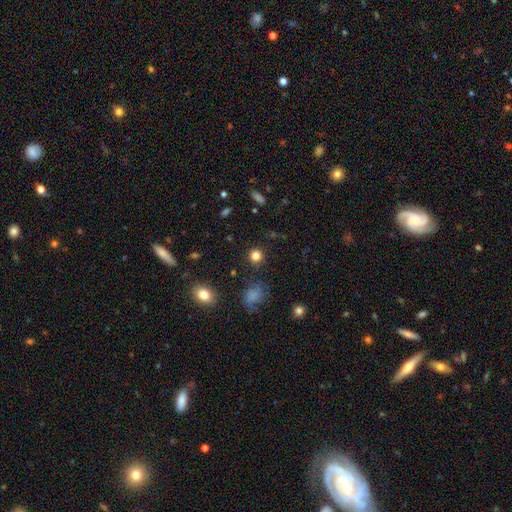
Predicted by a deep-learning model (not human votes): Smooth or featured?
  - smooth: 81% *
  - star or artifact: 14%
  - featured or disk: 5%
How rounded?
  - round: 91% *
  - in between: 8%
  - cigar-shaped: 1%
Merging?
  - none: 88% *
  - minor disturbance: 7%
  - major disturbance: 3%
  - merger: 2%